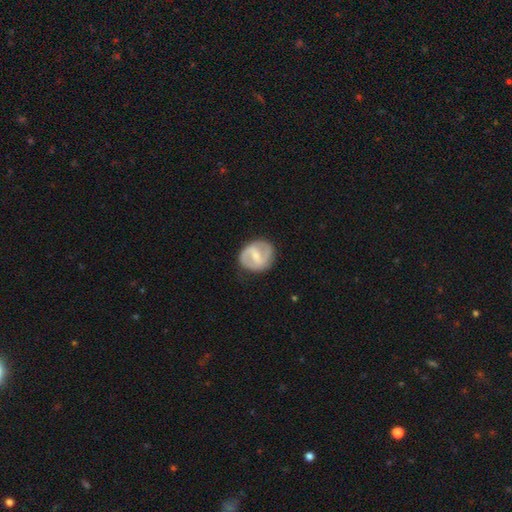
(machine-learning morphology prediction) smooth_or_featured: featured or disk (p=0.75) [alt: smooth p=0.20]
disk_edge_on: no (p=0.97) [alt: yes p=0.03]
bar: strong (p=0.45) [alt: weak p=0.44]
has_spiral_arms: yes (p=0.82) [alt: no p=0.18]
spiral_winding: medium (p=0.46) [alt: loose p=0.30]
spiral_arm_count: 2 (p=0.87) [alt: can't tell p=0.08]
bulge_size: small (p=0.53) [alt: moderate p=0.36]
merging: none (p=0.81) [alt: minor disturbance p=0.13]